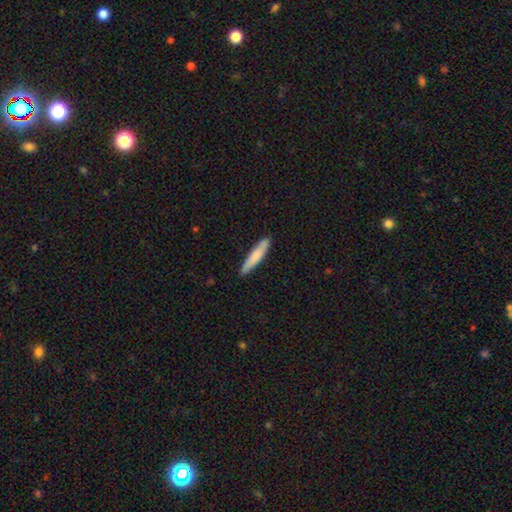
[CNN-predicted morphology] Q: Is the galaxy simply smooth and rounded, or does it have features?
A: smooth — 76%.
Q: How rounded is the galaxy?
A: cigar-shaped — 89%.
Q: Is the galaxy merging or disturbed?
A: none — 85%.